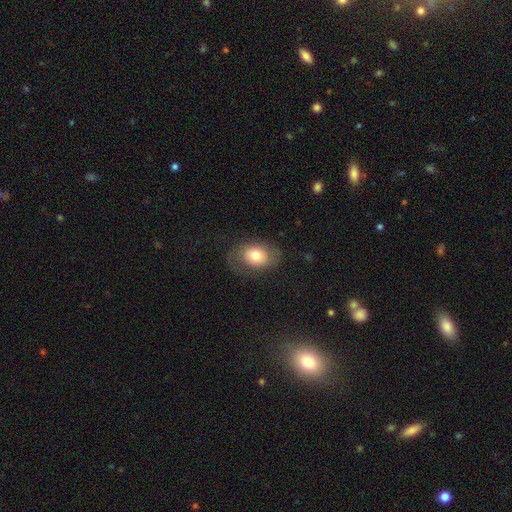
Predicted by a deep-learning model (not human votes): A smooth galaxy with no disk features (69%) that is in between round and cigar-shaped (76%).

Vote fractions:
- Smooth or featured? smooth: 69% / featured or disk: 23% / star or artifact: 8%
- How rounded? in between: 76% / round: 23% / cigar-shaped: 1%
- Merging? none: 65% / minor disturbance: 21% / major disturbance: 12% / merger: 1%